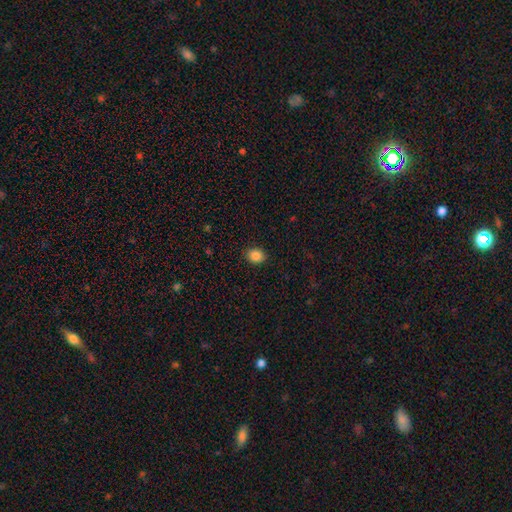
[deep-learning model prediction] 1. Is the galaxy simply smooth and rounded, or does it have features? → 86% smooth, 9% star or artifact, 4% featured or disk.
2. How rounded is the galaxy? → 52% round, 47% in between, 1% cigar-shaped.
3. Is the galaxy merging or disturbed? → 89% none, 8% minor disturbance, 2% major disturbance, 1% merger.